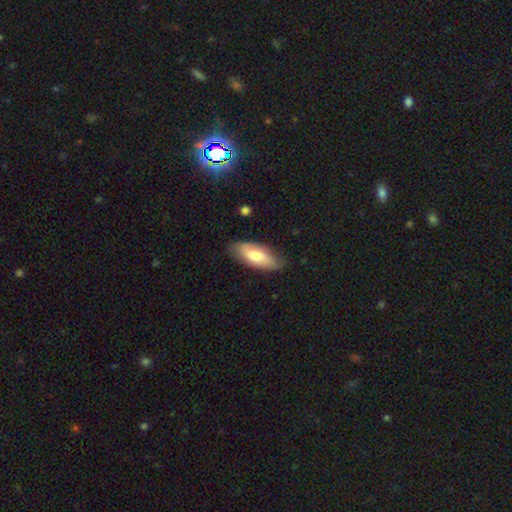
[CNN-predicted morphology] The model was most divided on "smooth or featured": smooth: 65%, featured or disk: 30%, star or artifact: 5%. More confident: how rounded — in between (82%); merging — none (80%).